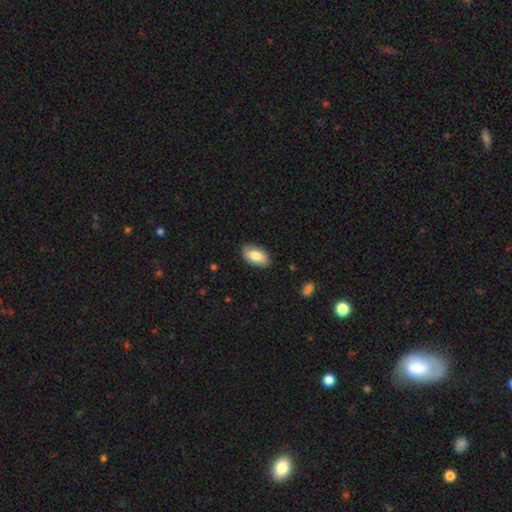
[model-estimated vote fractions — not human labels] This is clearly a smooth galaxy (84%). How rounded: clearly in between (95%). Merging: clearly none (88%).